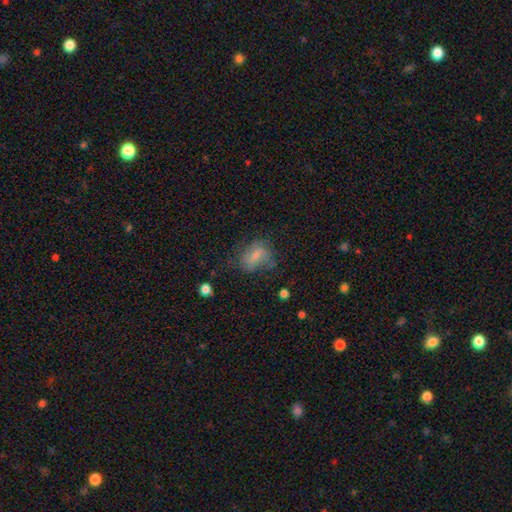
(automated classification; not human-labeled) Morphology: type=smooth (54%); roundness=in between (71%); merging=none (51%).